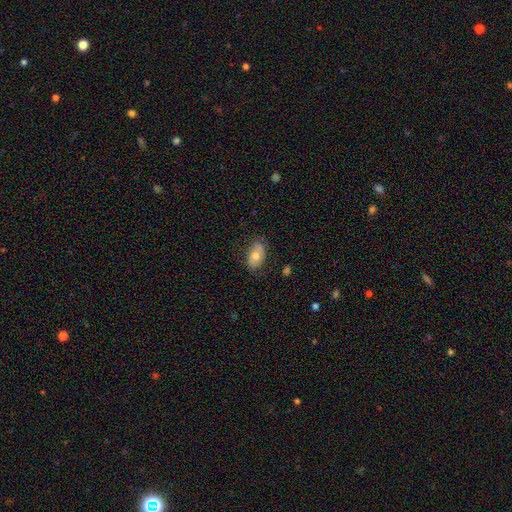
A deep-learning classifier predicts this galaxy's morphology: Smooth or featured? smooth (66%)
How rounded? in between (90%)
Merging? none (76%)